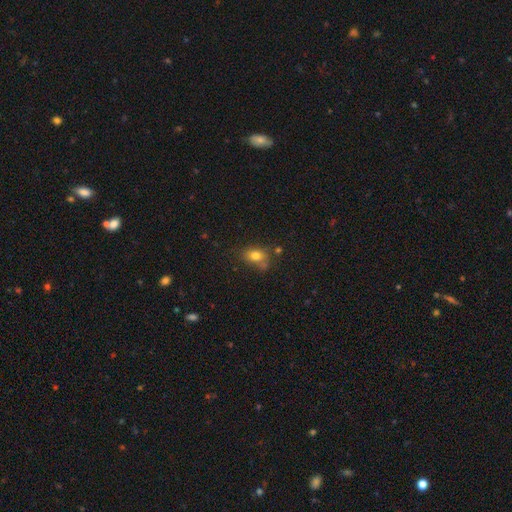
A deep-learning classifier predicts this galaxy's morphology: Q: Smooth or featured?
A: smooth (77%); runner-up: star or artifact (12%)
Q: How rounded?
A: in between (70%); runner-up: round (28%)
Q: Merging?
A: none (56%); runner-up: minor disturbance (25%)